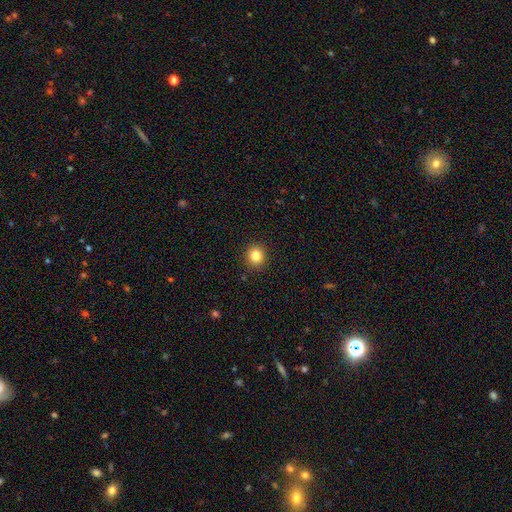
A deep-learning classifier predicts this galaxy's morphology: This is clearly a smooth galaxy (83%). How rounded: clearly round (89%). Merging: clearly none (92%).